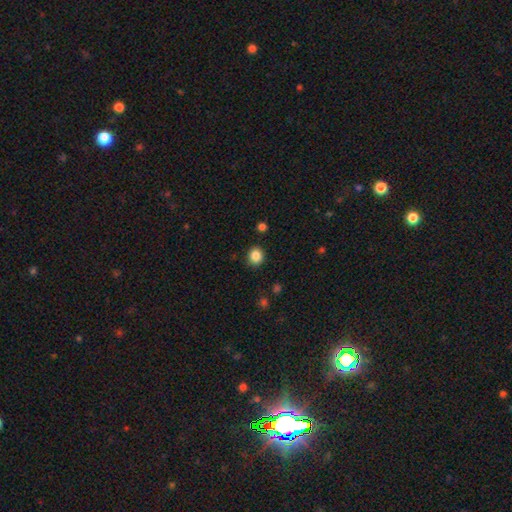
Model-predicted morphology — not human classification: Smooth or featured? smooth (86%)
How rounded? round (80%)
Merging? none (89%)